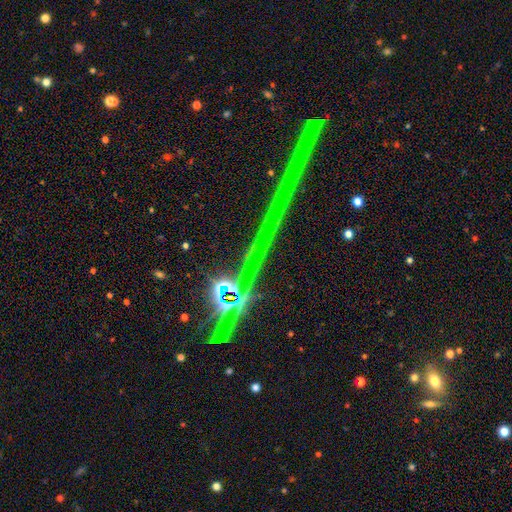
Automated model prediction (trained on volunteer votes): Overall: star or artifact (76%).